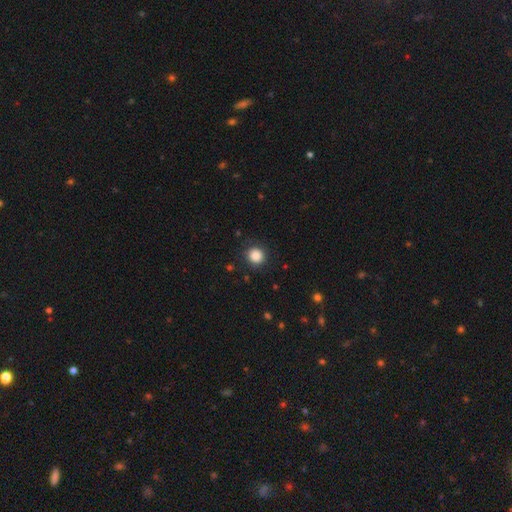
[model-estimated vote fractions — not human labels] smooth-or-featured: smooth: 87% | star or artifact: 9% | featured or disk: 4%
  how-rounded: round: 90% | in between: 9% | cigar-shaped: 1%
  merging: none: 85% | minor disturbance: 10% | major disturbance: 4% | merger: 1%